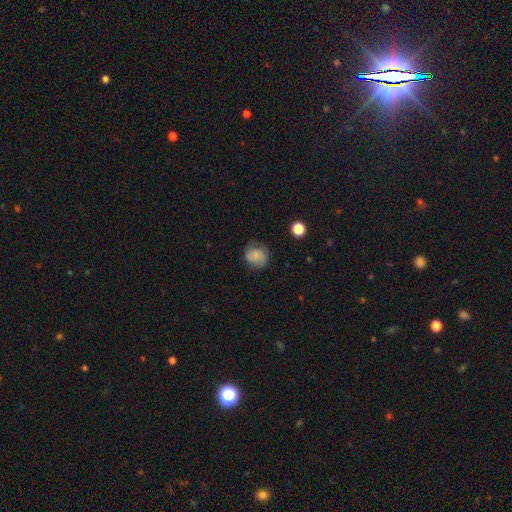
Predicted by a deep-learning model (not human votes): Overall: smooth (76%). How rounded: round (79%). Merging: none (70%).